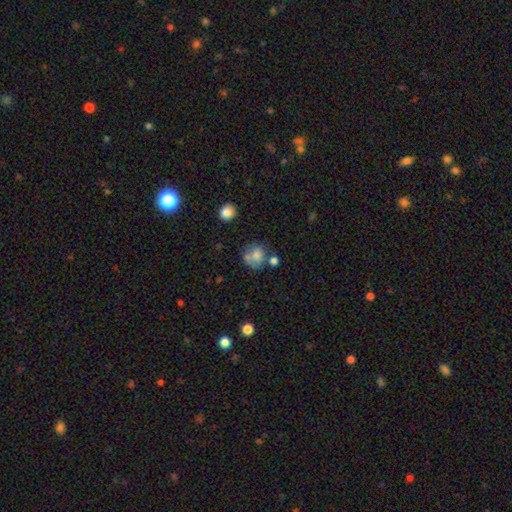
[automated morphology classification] This is likely a smooth galaxy (70%). How rounded: likely round (77%). Merging: marginally none (44%).